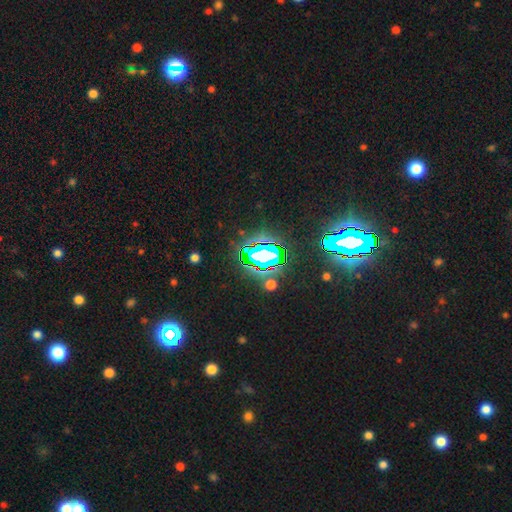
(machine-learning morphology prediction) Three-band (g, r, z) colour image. It shows a star or artifact, not a galaxy (75%).